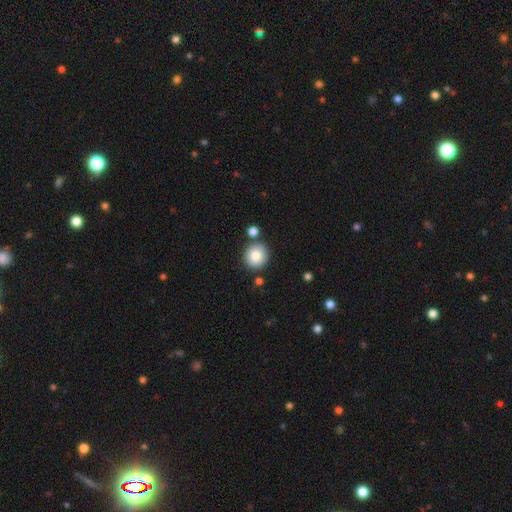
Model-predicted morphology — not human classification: type=smooth (82%); roundness=round (87%); merging=none (78%).